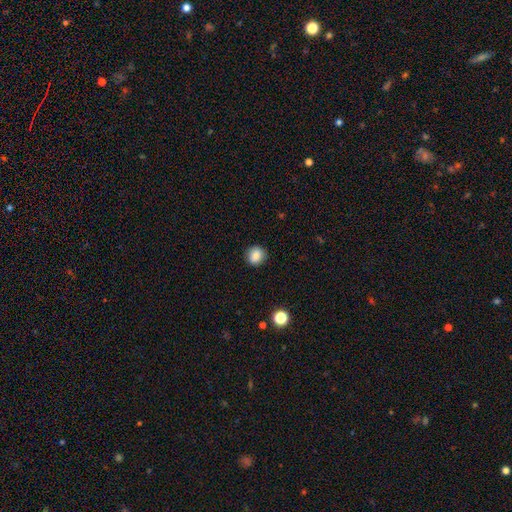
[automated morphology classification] This appears to be a smooth galaxy with no disk features (86%) that is round (80%). Merging: none (88%).